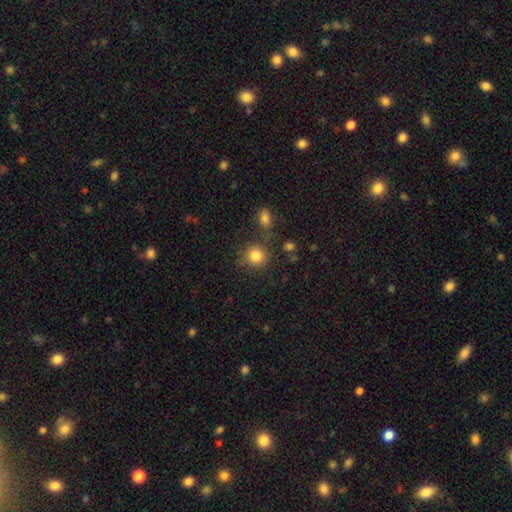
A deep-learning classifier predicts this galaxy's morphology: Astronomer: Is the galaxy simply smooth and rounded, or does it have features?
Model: smooth — 83%.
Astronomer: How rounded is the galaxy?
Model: round — 89%.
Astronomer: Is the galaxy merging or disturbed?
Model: none — 75%.